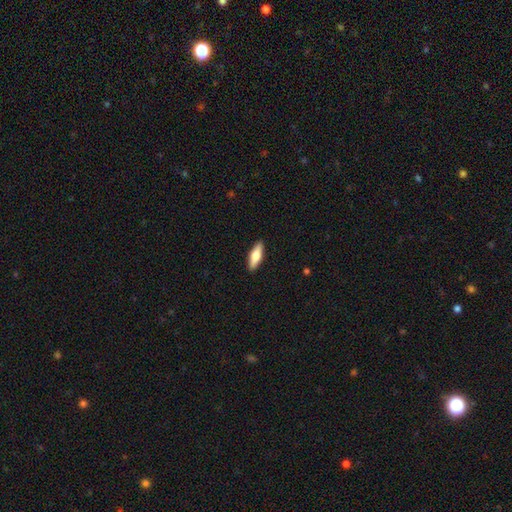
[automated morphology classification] This is likely a smooth galaxy (61%). How rounded: possibly cigar-shaped (52%). Merging: clearly none (91%).